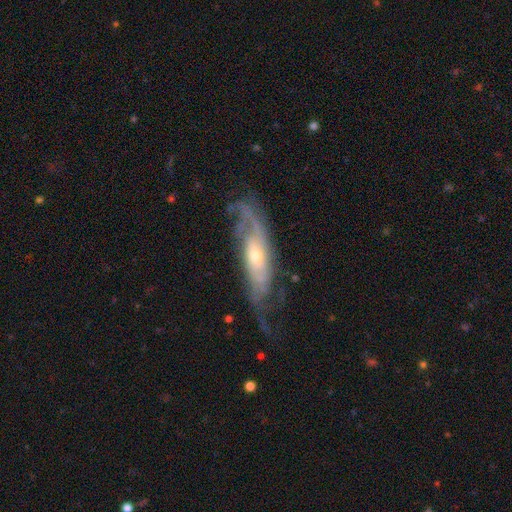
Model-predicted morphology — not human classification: Smooth or featured: featured or disk — 82% (smooth — 12%)
Edge-on disk: no — 80% (yes — 20%)
Bar: no — 66% (weak — 25%)
Spiral arms: yes — 91% (no — 9%)
Spiral winding: medium — 38% (tied with tight — 38%)
Spiral arm count: can't tell — 36% (tied with 2 — 36%)
Bulge size: small — 54% (moderate — 40%)
Merging: none — 56% (minor disturbance — 21%)